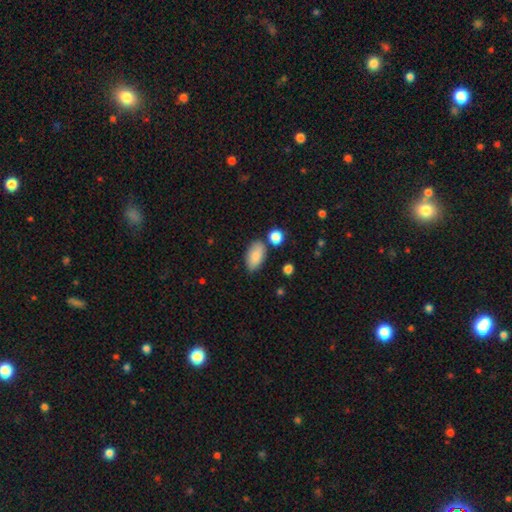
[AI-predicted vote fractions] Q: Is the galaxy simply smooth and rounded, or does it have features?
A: smooth — 85%.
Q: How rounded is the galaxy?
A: in between — 93%.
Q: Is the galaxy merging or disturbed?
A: none — 73%.